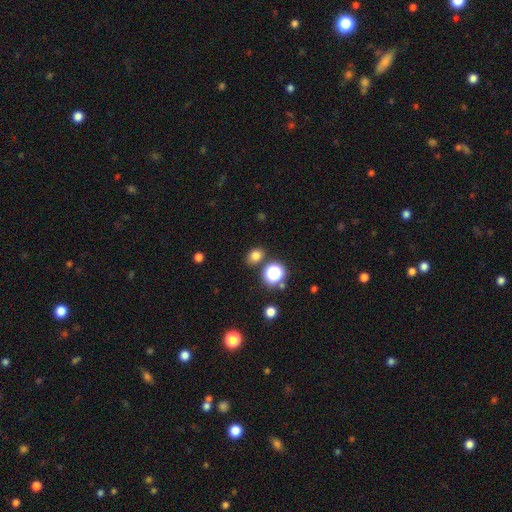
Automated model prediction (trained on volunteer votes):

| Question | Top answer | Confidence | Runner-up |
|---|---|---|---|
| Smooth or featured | smooth | 76% | star or artifact (18%) |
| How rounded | round | 54% | in between (45%) |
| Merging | none | 81% | minor disturbance (10%) |